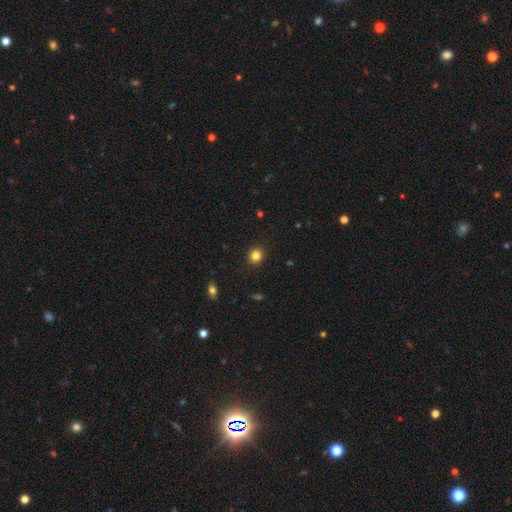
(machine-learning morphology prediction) type=smooth (83%); roundness=round (85%); merging=none (91%).